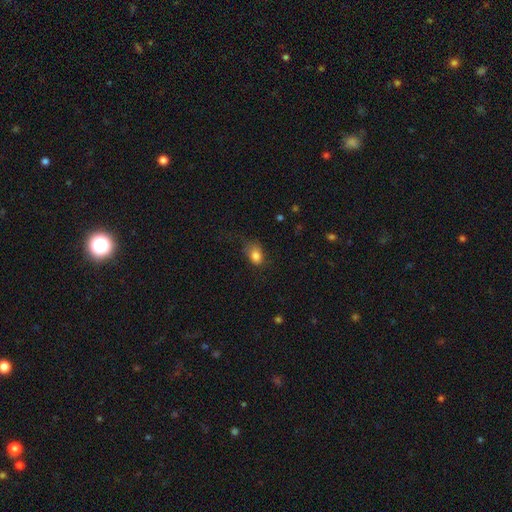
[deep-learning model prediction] Smooth or featured?
  - smooth: 83% *
  - star or artifact: 10%
  - featured or disk: 8%
How rounded?
  - in between: 74% *
  - round: 25%
  - cigar-shaped: 1%
Merging?
  - none: 48% *
  - minor disturbance: 30%
  - major disturbance: 20%
  - merger: 2%